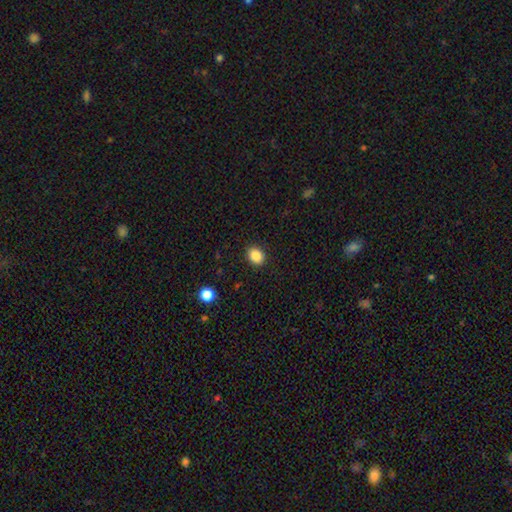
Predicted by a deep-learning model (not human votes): This is clearly a smooth galaxy (87%). How rounded: possibly in between (50%, tied with round). Merging: clearly none (90%).